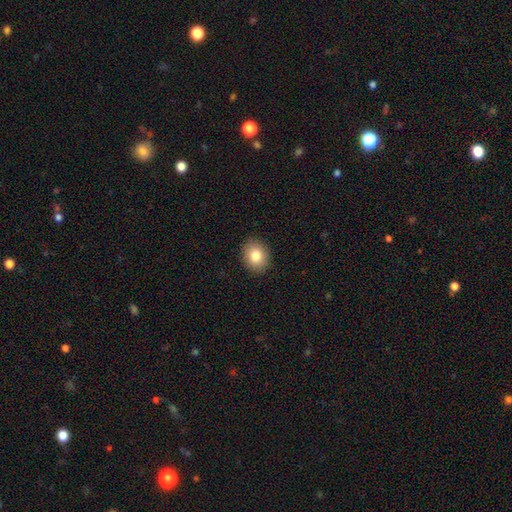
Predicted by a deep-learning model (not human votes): The model was most divided on "how rounded": round: 55%, in between: 44%, cigar-shaped: 1%. More confident: merging — none (90%); smooth or featured — smooth (81%).